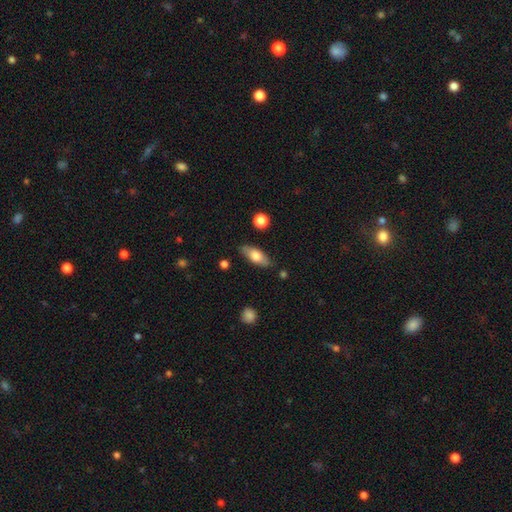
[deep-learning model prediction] Morphology: type=smooth (68%); roundness=in between (75%); merging=none (82%).